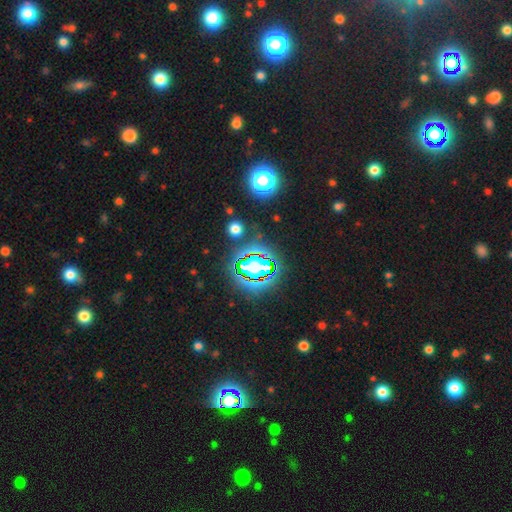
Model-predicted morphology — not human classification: A star or artifact, not a galaxy (82%).

Vote fractions:
- Smooth or featured? star or artifact: 82% / smooth: 12% / featured or disk: 7%